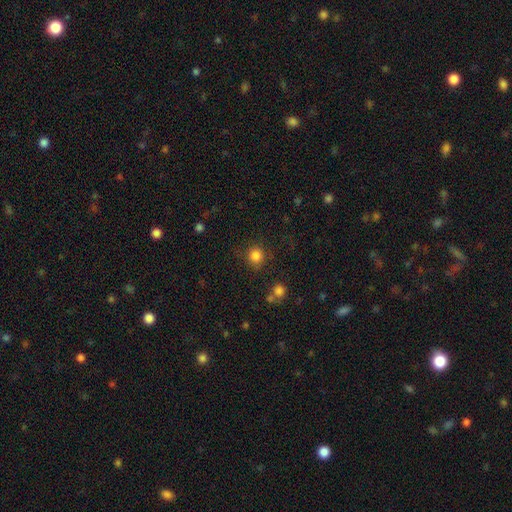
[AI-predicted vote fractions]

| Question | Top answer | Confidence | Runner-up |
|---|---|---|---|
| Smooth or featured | smooth | 84% | star or artifact (12%) |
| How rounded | round | 91% | in between (9%) |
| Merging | none | 81% | minor disturbance (11%) |